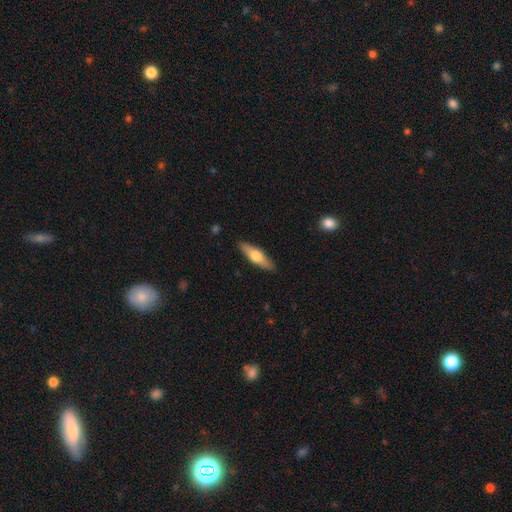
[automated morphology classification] The model was most divided on "smooth or featured": smooth: 52%, featured or disk: 42%, star or artifact: 5%. More confident: merging — none (88%); how rounded — cigar-shaped (59%).